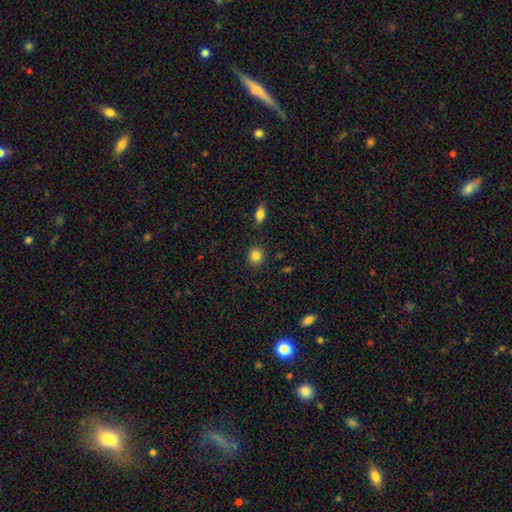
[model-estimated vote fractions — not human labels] The model was most divided on "how rounded": round: 82%, in between: 17%, cigar-shaped: 1%. More confident: merging — none (87%); smooth or featured — smooth (85%).